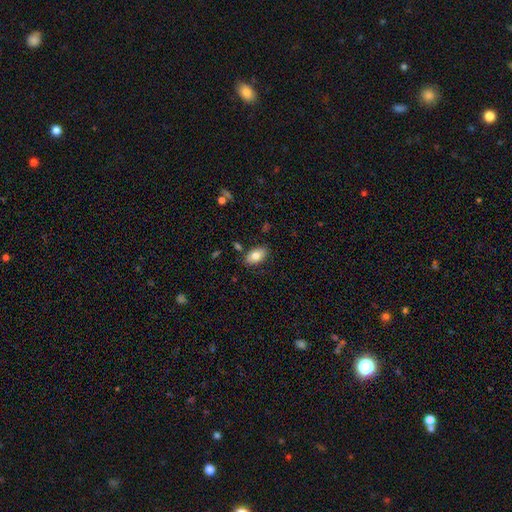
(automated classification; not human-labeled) Smooth or featured? Predicted: smooth (p=0.77). How rounded? Predicted: in between (p=0.91). Merging? Predicted: none (p=0.82).